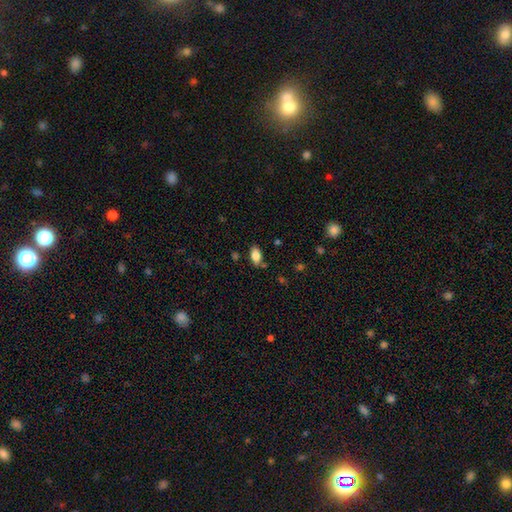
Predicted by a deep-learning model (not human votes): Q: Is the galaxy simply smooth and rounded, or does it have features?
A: smooth — 84%.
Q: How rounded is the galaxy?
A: in between — 91%.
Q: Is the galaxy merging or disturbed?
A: none — 78%.